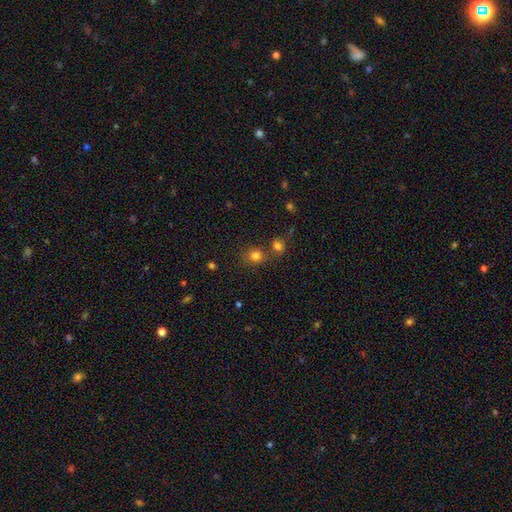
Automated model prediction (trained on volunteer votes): smooth-or-featured: smooth: 79% | star or artifact: 15% | featured or disk: 6%
  how-rounded: round: 78% | in between: 21% | cigar-shaped: 1%
  merging: none: 65% | merger: 22% | minor disturbance: 10% | major disturbance: 4%